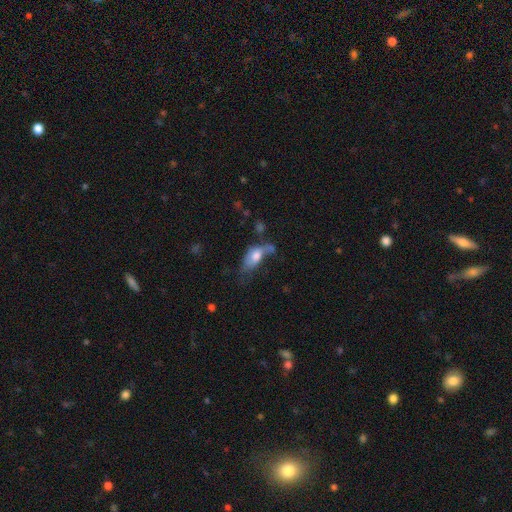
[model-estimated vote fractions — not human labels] A smooth galaxy with no disk features (59%) that is in between round and cigar-shaped (85%).

Vote fractions:
- Smooth or featured? smooth: 59% / featured or disk: 32% / star or artifact: 9%
- How rounded? in between: 85% / cigar-shaped: 8% / round: 7%
- Merging? major disturbance: 39% / minor disturbance: 24% / none: 23% / merger: 14%